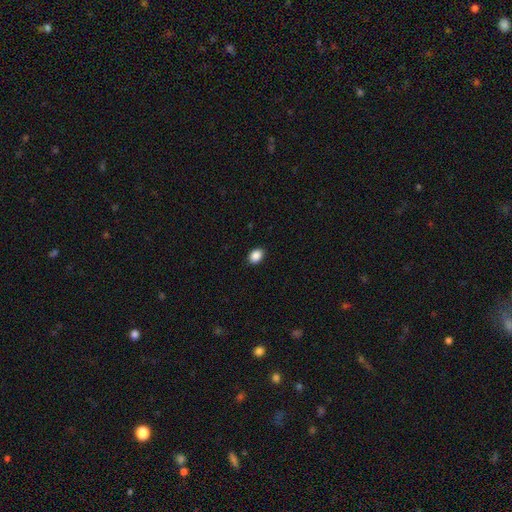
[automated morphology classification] A smooth galaxy with no disk features (89%) that is in between round and cigar-shaped (72%). Merging: none (89%).